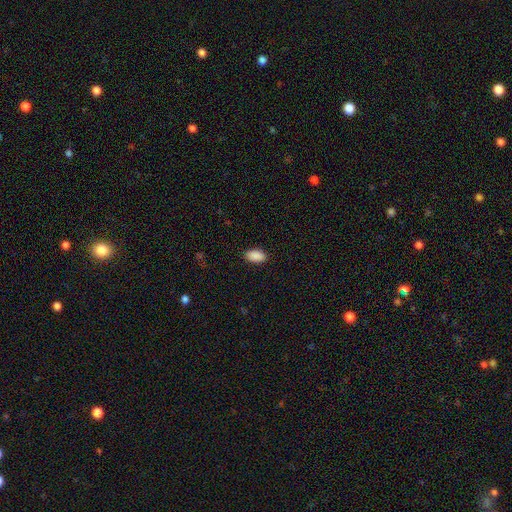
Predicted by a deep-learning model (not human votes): Smooth or featured: smooth — 90% (star or artifact — 7%)
How rounded: in between — 94% (round — 4%)
Merging: none — 89% (minor disturbance — 8%)